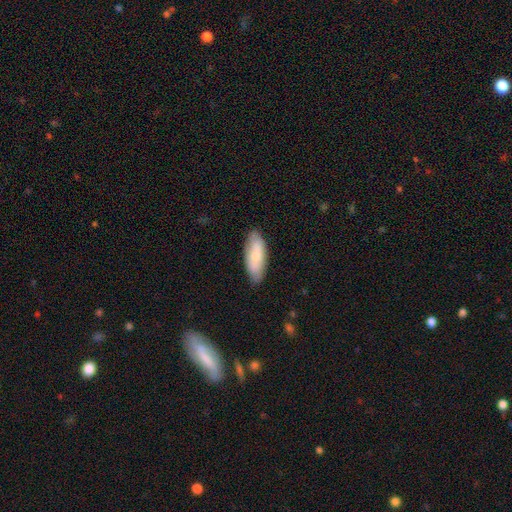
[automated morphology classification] smooth_or_featured: smooth (p=0.71) [alt: featured or disk p=0.23]
how_rounded: in between (p=0.75) [alt: cigar-shaped p=0.23]
merging: none (p=0.83) [alt: minor disturbance p=0.14]